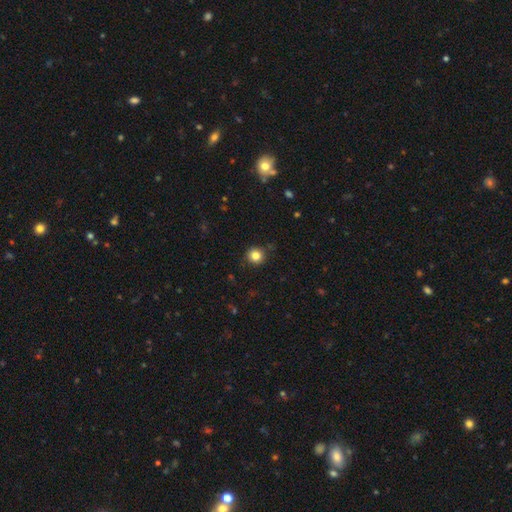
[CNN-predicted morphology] smooth-or-featured: smooth: 83% | star or artifact: 12% | featured or disk: 6%
  how-rounded: round: 93% | in between: 6% | cigar-shaped: 1%
  merging: none: 89% | minor disturbance: 8% | major disturbance: 2% | merger: 1%